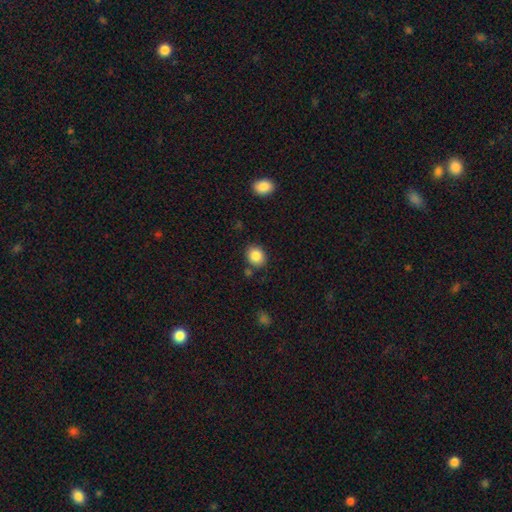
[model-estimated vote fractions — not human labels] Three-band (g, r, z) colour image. It shows a smooth galaxy with no disk features (86%) that is round (62%). Merging: none (82%).